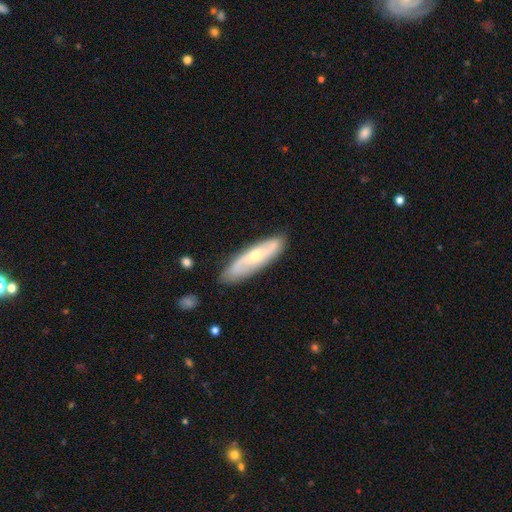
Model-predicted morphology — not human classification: smooth-or-featured: featured or disk: 64% | smooth: 31% | star or artifact: 5%
  disk-edge-on: no: 73% | yes: 27%
  merging: none: 83% | minor disturbance: 13% | major disturbance: 3% | merger: 2%